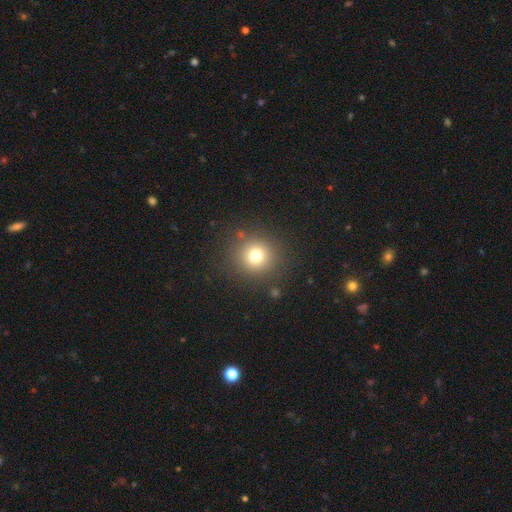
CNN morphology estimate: Q: Smooth or featured?
A: smooth (75%); runner-up: star or artifact (16%)
Q: How rounded?
A: round (93%); runner-up: in between (6%)
Q: Merging?
A: none (87%); runner-up: minor disturbance (7%)